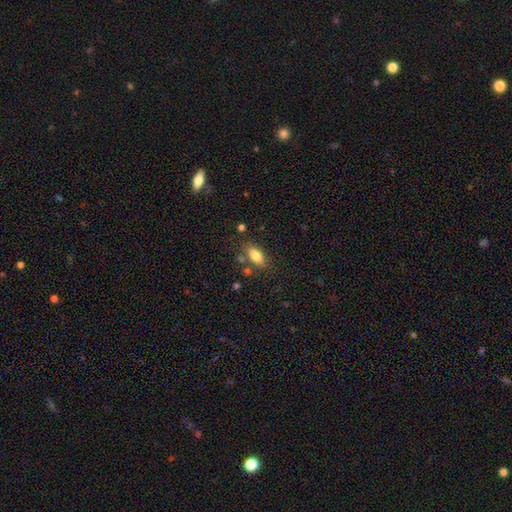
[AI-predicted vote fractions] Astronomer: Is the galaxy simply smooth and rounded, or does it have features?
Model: smooth — 82%.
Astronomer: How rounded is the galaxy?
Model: in between — 86%.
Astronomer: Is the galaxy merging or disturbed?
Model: none — 74%.